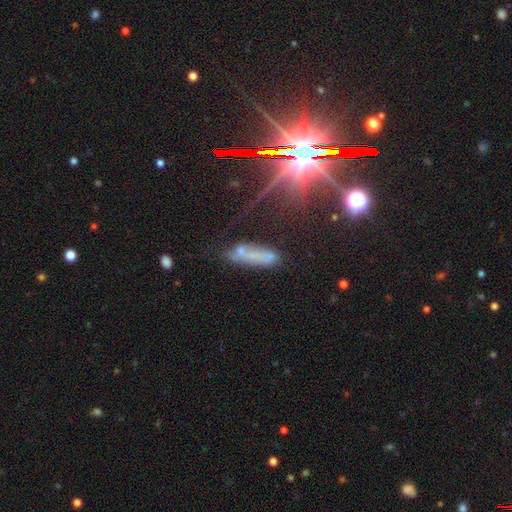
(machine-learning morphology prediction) A smooth galaxy with no disk features (47%).

Vote fractions:
- Smooth or featured? smooth: 47% / featured or disk: 28% / star or artifact: 26%
- Merging? none: 55% / minor disturbance: 24% / major disturbance: 12% / merger: 9%